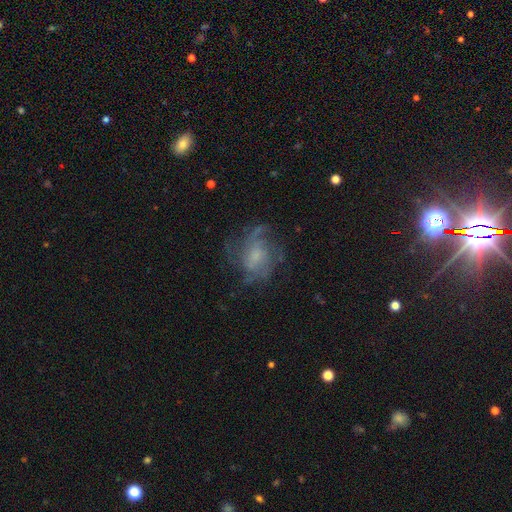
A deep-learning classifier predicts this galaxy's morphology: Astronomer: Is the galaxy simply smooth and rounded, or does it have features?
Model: featured or disk — 69%.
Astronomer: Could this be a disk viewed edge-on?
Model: no — 97%.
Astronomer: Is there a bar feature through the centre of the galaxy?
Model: no — 65%.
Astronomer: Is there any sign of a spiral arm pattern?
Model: yes — 84%.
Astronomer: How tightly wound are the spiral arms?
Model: medium — 45% (runner-up: tight, 31%).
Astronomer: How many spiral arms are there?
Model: can't tell — 38% (runner-up: 3, 21%).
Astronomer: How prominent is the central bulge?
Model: small — 40% (runner-up: moderate, 33%).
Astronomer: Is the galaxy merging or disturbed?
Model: none — 61%.